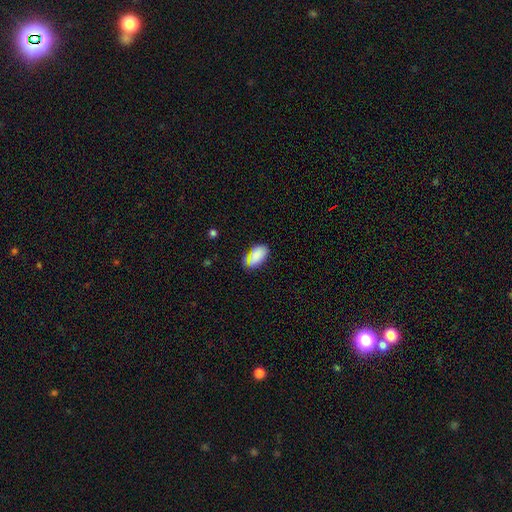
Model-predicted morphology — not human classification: Q: Smooth or featured?
A: smooth (82%); runner-up: star or artifact (11%)
Q: How rounded?
A: in between (93%); runner-up: round (5%)
Q: Merging?
A: none (68%); runner-up: minor disturbance (21%)